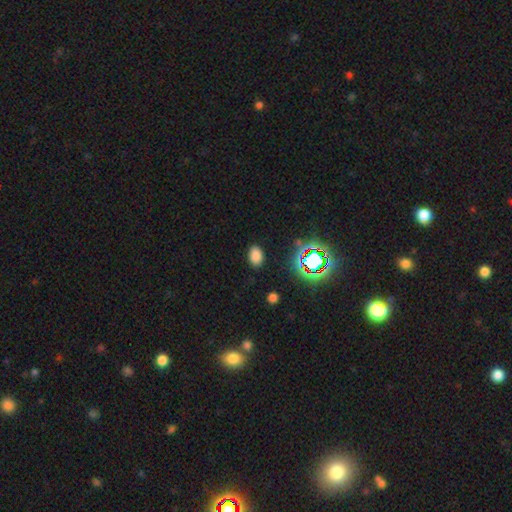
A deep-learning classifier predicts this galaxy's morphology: This is likely a smooth galaxy (76%). How rounded: clearly in between (86%). Merging: clearly none (86%).